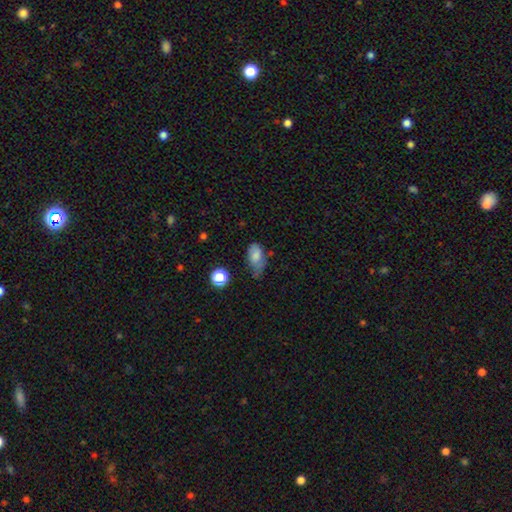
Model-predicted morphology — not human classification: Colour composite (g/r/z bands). It shows a smooth galaxy with no disk features (77%) that is in between round and cigar-shaped (88%). Merging: minor disturbance (42%).